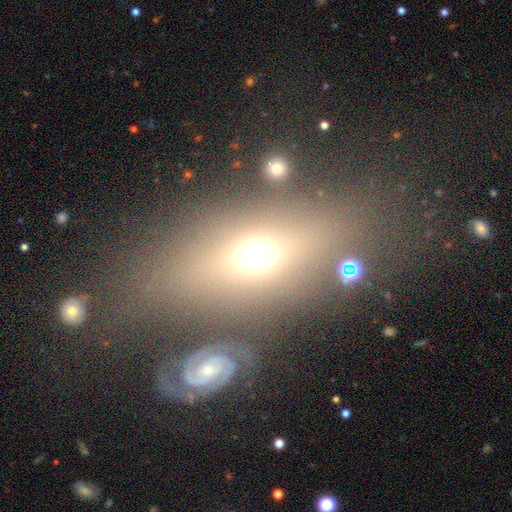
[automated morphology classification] Smooth or featured?
  - smooth: 54% *
  - featured or disk: 31%
  - star or artifact: 15%
How rounded?
  - in between: 71% *
  - cigar-shaped: 15%
  - round: 14%
Merging?
  - none: 67% *
  - minor disturbance: 14%
  - merger: 11%
  - major disturbance: 8%